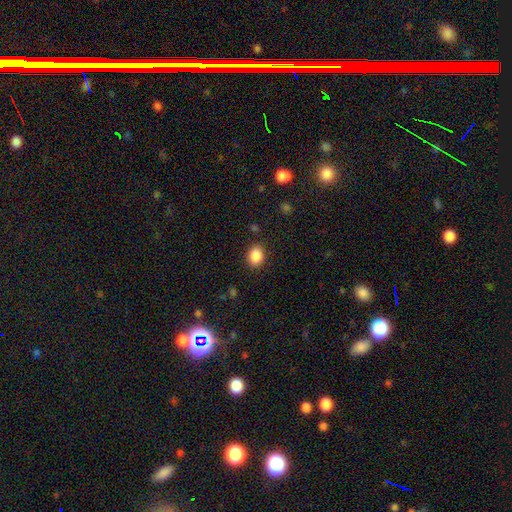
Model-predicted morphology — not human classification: A smooth galaxy with no disk features (88%) that is in between round and cigar-shaped (55%).

Vote fractions:
- Smooth or featured? smooth: 88% / star or artifact: 9% / featured or disk: 4%
- How rounded? in between: 55% / round: 44% / cigar-shaped: 1%
- Merging? none: 86% / minor disturbance: 10% / major disturbance: 3% / merger: 1%